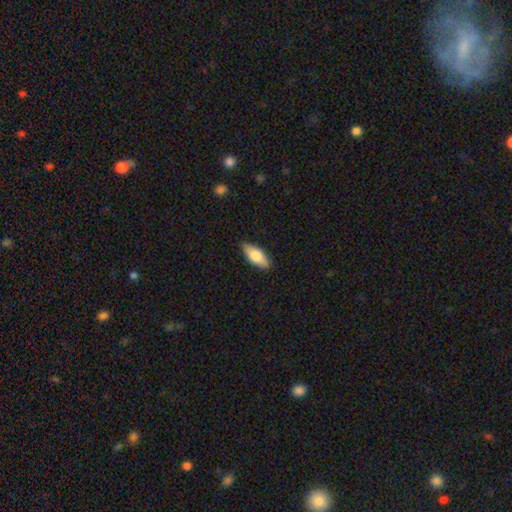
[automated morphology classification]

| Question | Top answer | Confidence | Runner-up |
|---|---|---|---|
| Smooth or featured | smooth | 78% | featured or disk (16%) |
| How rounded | in between | 82% | cigar-shaped (16%) |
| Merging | none | 85% | minor disturbance (11%) |